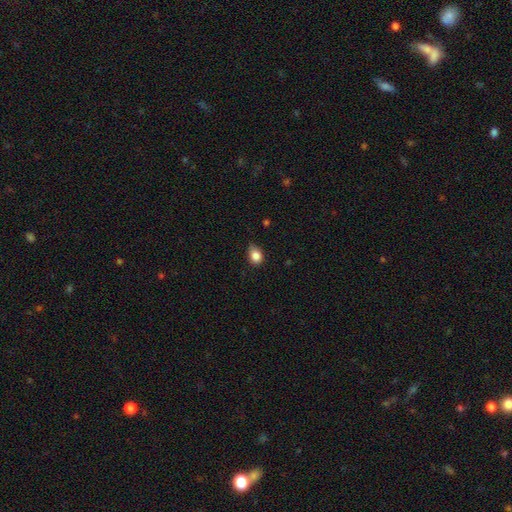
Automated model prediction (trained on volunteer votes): A smooth galaxy with no disk features (85%) that is in between round and cigar-shaped (60%). Merging: none (64%).